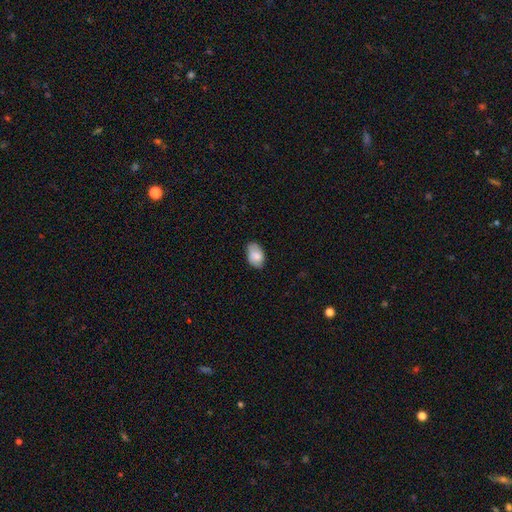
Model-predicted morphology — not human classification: Smooth or featured? Predicted: smooth (p=0.82). How rounded? Predicted: in between (p=0.90). Merging? Predicted: none (p=0.75).